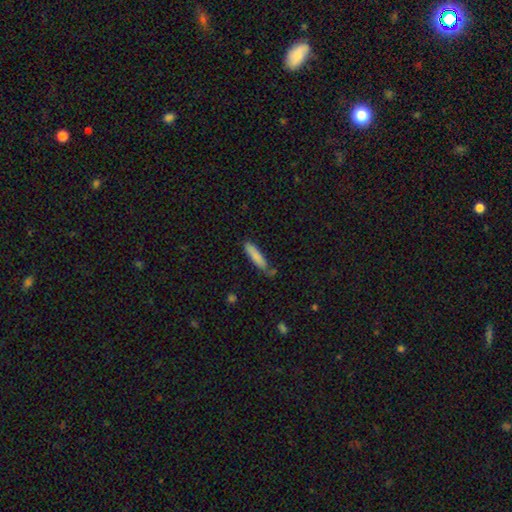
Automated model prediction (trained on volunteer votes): Smooth or featured? smooth (83%)
How rounded? cigar-shaped (81%)
Merging? none (66%)